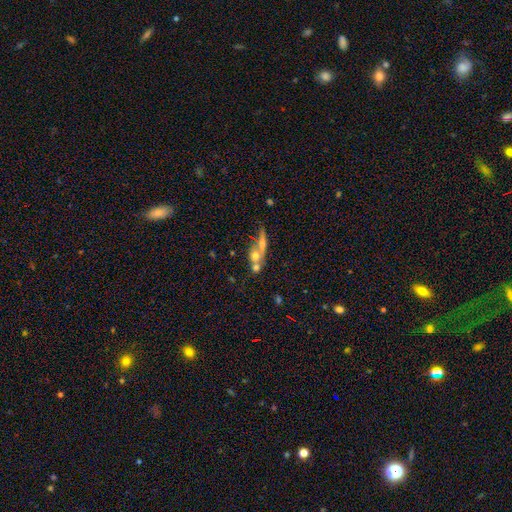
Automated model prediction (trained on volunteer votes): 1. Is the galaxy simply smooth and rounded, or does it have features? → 51% smooth, 37% featured or disk, 12% star or artifact.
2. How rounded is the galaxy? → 38% in between, 32% round, 30% cigar-shaped.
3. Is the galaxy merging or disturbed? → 53% merger, 30% none, 9% minor disturbance, 8% major disturbance.